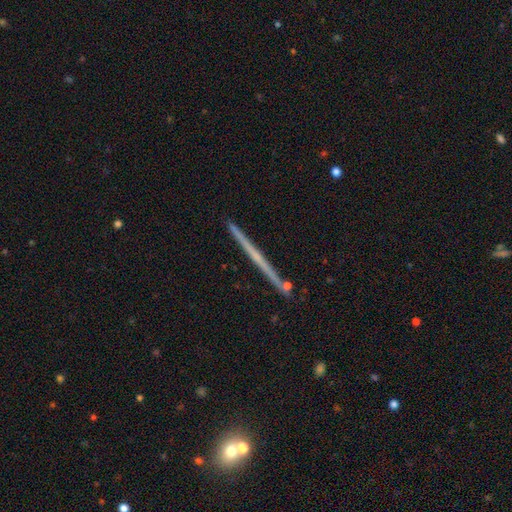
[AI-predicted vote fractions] smooth_or_featured: featured or disk (p=0.69) [alt: smooth p=0.24]
disk_edge_on: yes (p=0.98) [alt: no p=0.02]
edge_on_bulge: none (p=0.68) [alt: rounded p=0.27]
merging: none (p=0.90) [alt: minor disturbance p=0.07]